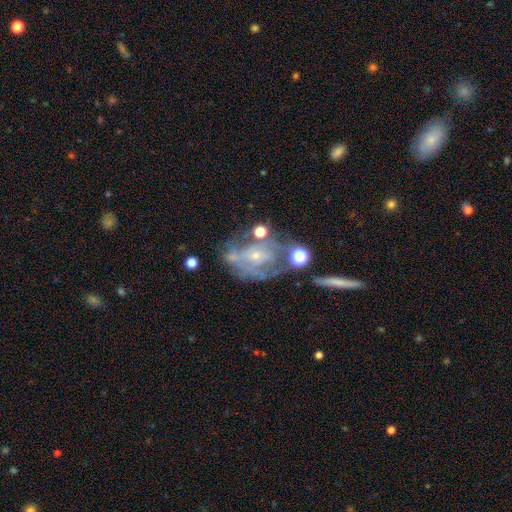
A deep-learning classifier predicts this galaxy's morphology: The model was most divided on "merging": none: 40%, major disturbance: 26%, minor disturbance: 22%, merger: 11%. More confident: edge-on disk — no (95%); bulge size — small (75%); smooth or featured — featured or disk (71%); bar — no (67%); spiral arms — yes (60%).